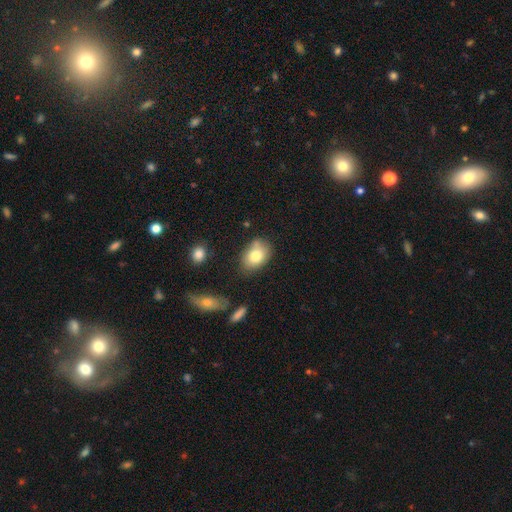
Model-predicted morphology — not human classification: smooth-or-featured: smooth: 78% | featured or disk: 13% | star or artifact: 8%
  how-rounded: in between: 75% | round: 24% | cigar-shaped: 1%
  merging: none: 63% | minor disturbance: 22% | merger: 10% | major disturbance: 6%